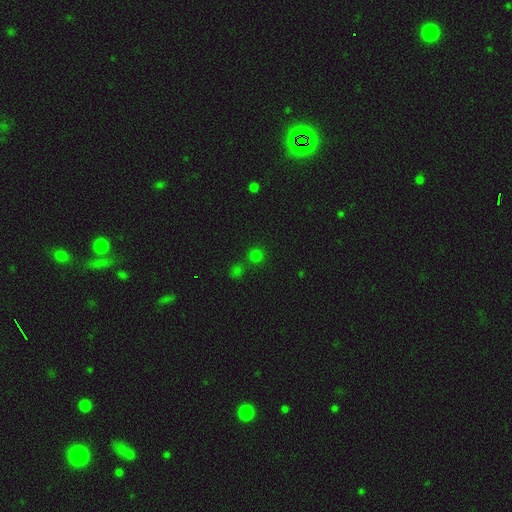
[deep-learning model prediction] Q: Smooth or featured?
A: smooth (68%); runner-up: star or artifact (27%)
Q: How rounded?
A: round (92%); runner-up: in between (7%)
Q: Merging?
A: none (70%); runner-up: merger (20%)